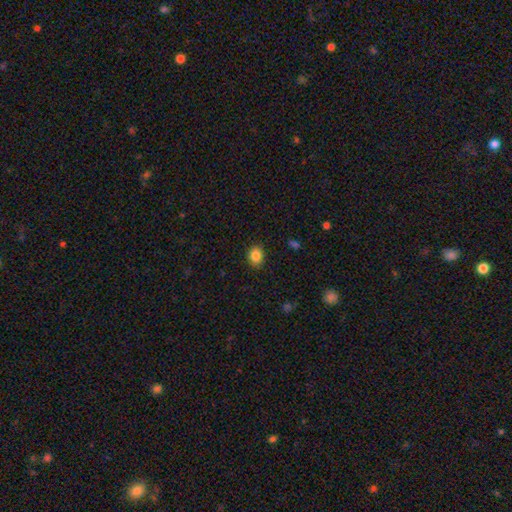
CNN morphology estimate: type=smooth (85%); roundness=round (55%); merging=none (86%).